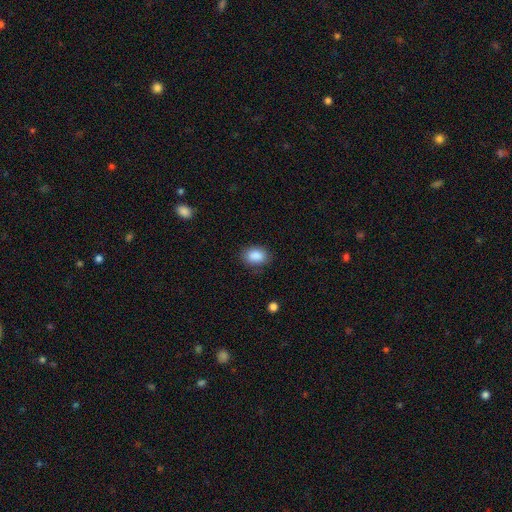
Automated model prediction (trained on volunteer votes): A smooth galaxy with no disk features (88%) that is in between round and cigar-shaped (76%).

Vote fractions:
- Smooth or featured? smooth: 88% / star or artifact: 8% / featured or disk: 4%
- How rounded? in between: 76% / round: 23% / cigar-shaped: 1%
- Merging? none: 80% / minor disturbance: 15% / major disturbance: 4% / merger: 1%